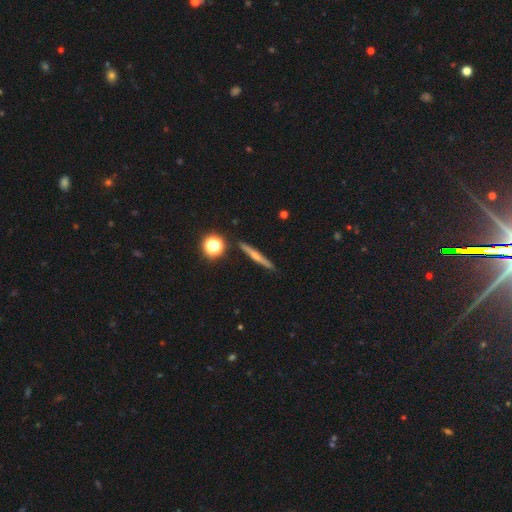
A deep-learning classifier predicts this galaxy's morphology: type=featured or disk (46%); merging=none (89%).